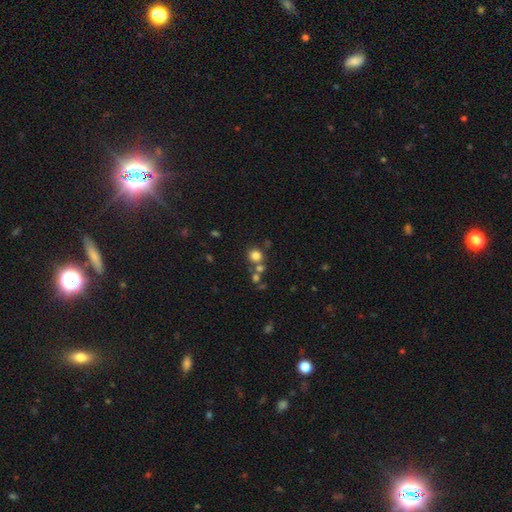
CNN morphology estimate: Smooth or featured? smooth (78%)
How rounded? round (88%)
Merging? none (64%)